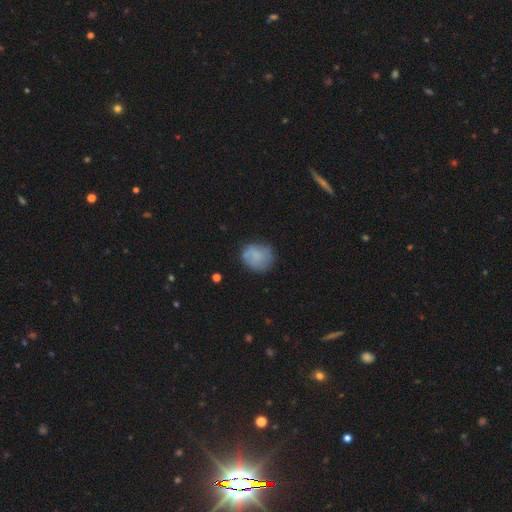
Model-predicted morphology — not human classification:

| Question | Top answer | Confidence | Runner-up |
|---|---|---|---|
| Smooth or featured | smooth | 71% | featured or disk (20%) |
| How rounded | round | 75% | in between (24%) |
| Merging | none | 63% | minor disturbance (24%) |